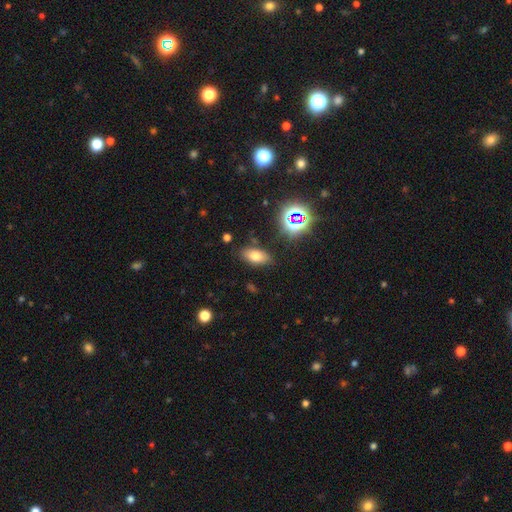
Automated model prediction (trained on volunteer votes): A smooth galaxy with no disk features (68%) that is in between round and cigar-shaped (88%). Merging: none (82%).